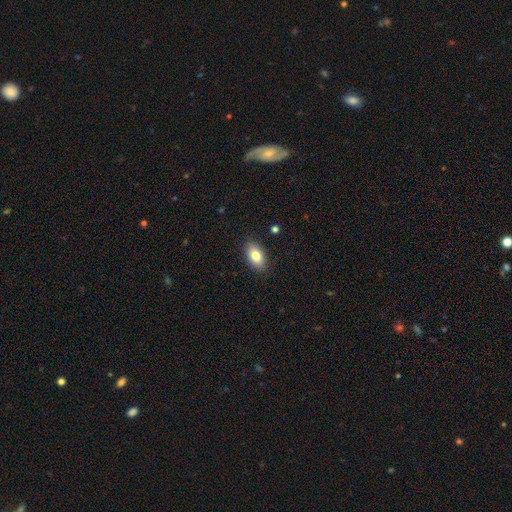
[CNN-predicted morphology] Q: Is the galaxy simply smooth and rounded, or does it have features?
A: smooth — 82%.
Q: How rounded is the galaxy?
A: in between — 92%.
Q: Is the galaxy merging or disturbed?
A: none — 88%.